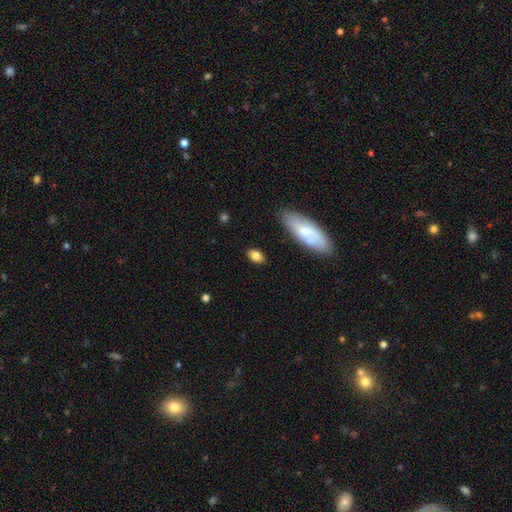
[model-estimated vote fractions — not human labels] A smooth galaxy with no disk features (82%) that is in between round and cigar-shaped (83%). Merging: none (82%).